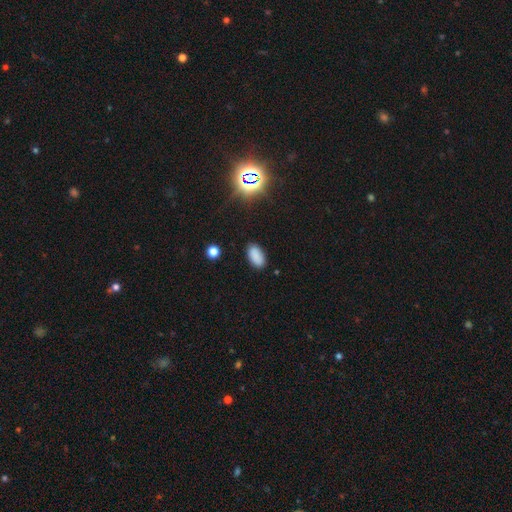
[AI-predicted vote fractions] A smooth galaxy with no disk features (84%) that is in between round and cigar-shaped (94%).

Vote fractions:
- Smooth or featured? smooth: 84% / star or artifact: 12% / featured or disk: 4%
- How rounded? in between: 94% / round: 4% / cigar-shaped: 2%
- Merging? none: 86% / minor disturbance: 10% / major disturbance: 2% / merger: 1%